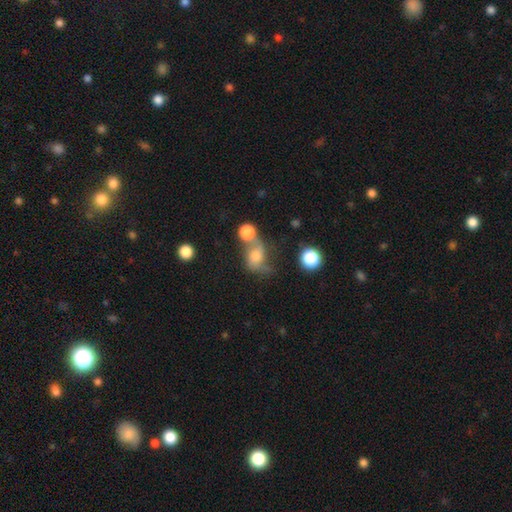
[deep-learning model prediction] Smooth or featured? smooth (50%)
How rounded? in between (49%)
Merging? merger (34%)